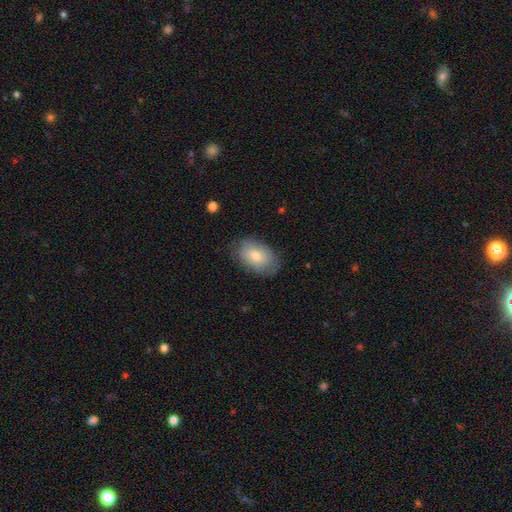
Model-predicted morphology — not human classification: Smooth or featured?
  - smooth: 72% *
  - featured or disk: 21%
  - star or artifact: 7%
How rounded?
  - in between: 90% *
  - round: 9%
  - cigar-shaped: 1%
Merging?
  - none: 78% *
  - minor disturbance: 17%
  - major disturbance: 4%
  - merger: 1%